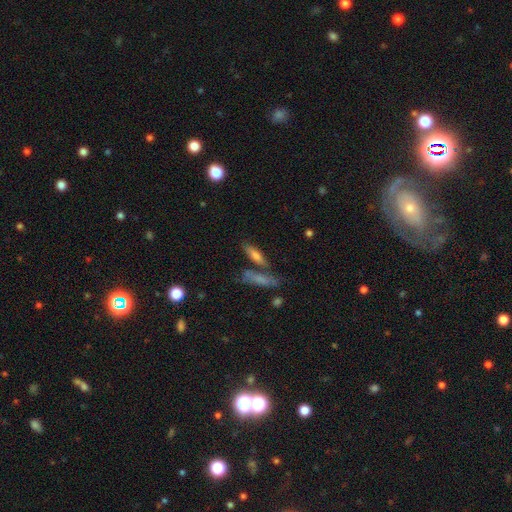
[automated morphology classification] Q: Smooth or featured?
A: smooth (61%); runner-up: featured or disk (30%)
Q: How rounded?
A: cigar-shaped (66%); runner-up: in between (30%)
Q: Merging?
A: none (64%); runner-up: merger (19%)